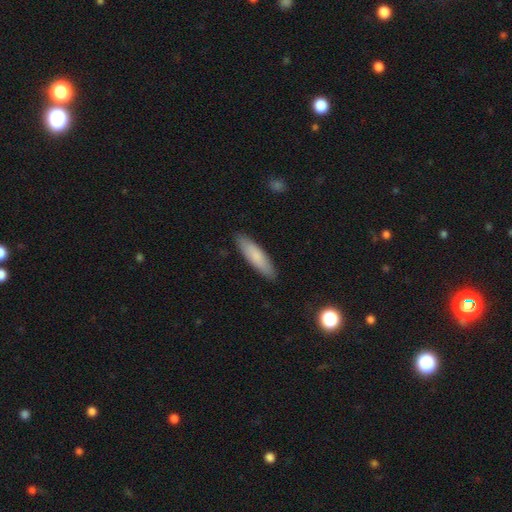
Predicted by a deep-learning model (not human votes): Morphology: type=smooth (81%); roundness=cigar-shaped (70%); merging=none (89%).